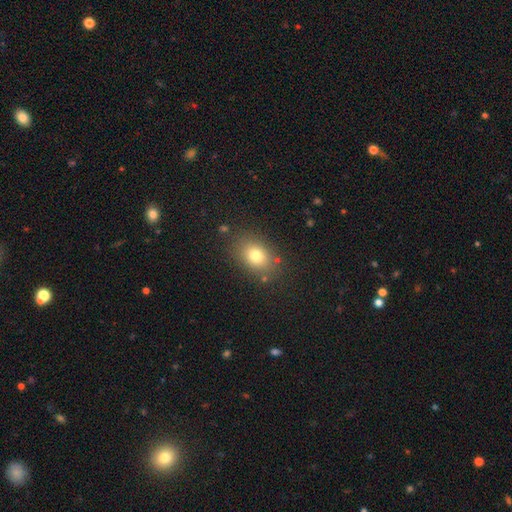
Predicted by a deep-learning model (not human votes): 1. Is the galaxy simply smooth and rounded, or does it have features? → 76% smooth, 12% star or artifact, 11% featured or disk.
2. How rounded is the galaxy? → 69% in between, 30% round, 1% cigar-shaped.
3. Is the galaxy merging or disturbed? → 82% none, 11% minor disturbance, 4% major disturbance, 3% merger.